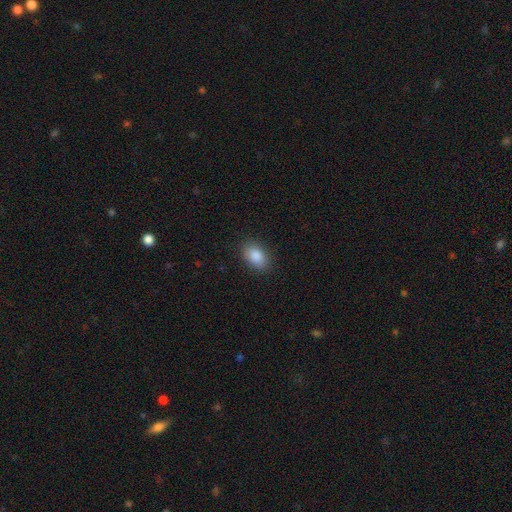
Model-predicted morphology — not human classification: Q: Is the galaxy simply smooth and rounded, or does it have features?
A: smooth — 88%.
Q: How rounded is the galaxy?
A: in between — 87%.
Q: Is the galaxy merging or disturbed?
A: none — 87%.